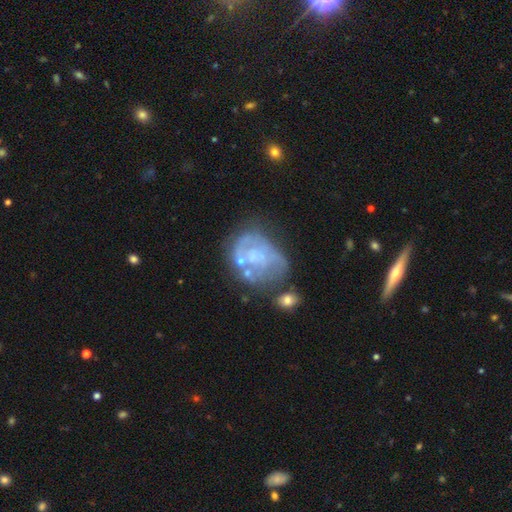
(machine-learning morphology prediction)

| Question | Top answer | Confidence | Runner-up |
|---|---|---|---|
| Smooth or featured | featured or disk | 68% | smooth (22%) |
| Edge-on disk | no | 98% | yes (2%) |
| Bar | no | 76% | weak (20%) |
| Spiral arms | yes | 54% | no (46%) |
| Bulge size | small | 43% | none (34%) |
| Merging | none | 41% | minor disturbance (24%) |